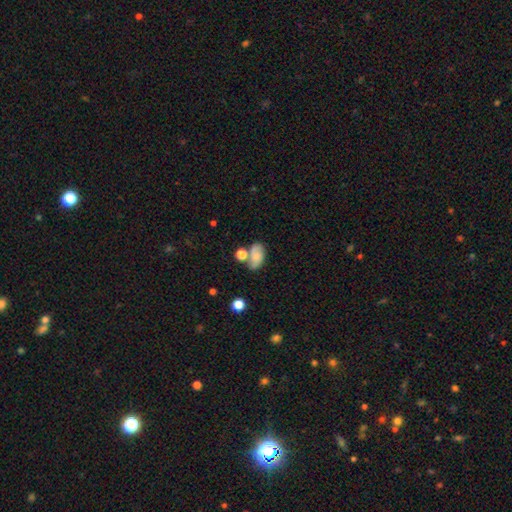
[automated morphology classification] smooth_or_featured: smooth (p=0.61) [alt: featured or disk p=0.28]
how_rounded: in between (p=0.85) [alt: round p=0.13]
merging: none (p=0.46) [alt: merger p=0.23]